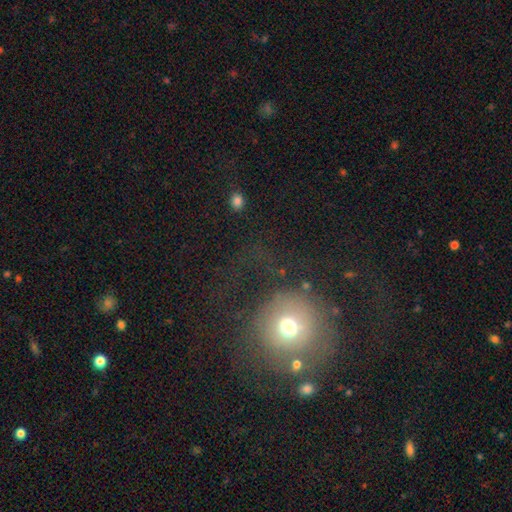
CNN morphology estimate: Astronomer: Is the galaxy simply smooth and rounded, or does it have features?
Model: smooth — 55%.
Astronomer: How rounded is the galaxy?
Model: round — 93%.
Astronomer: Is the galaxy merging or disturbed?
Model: none — 53% (runner-up: major disturbance, 29%).